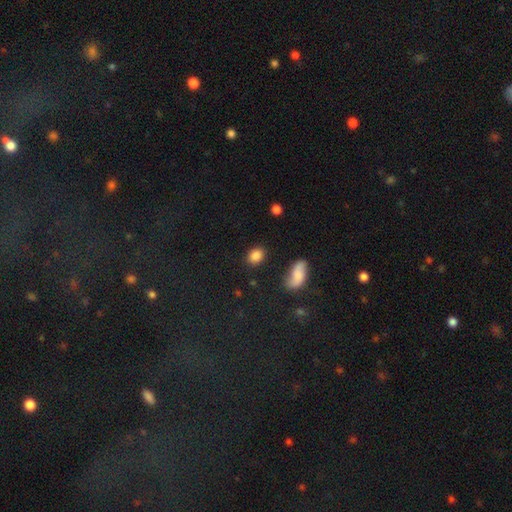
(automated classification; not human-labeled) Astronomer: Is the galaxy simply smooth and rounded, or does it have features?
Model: smooth — 85%.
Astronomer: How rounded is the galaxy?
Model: in between — 63%.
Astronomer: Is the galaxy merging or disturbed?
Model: none — 82%.